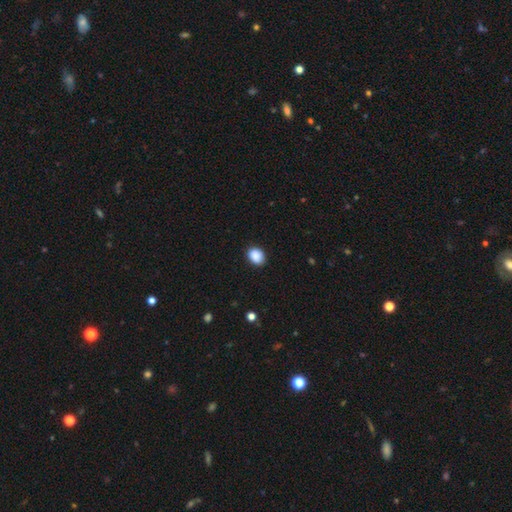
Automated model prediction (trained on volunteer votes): Smooth or featured? smooth (89%)
How rounded? in between (60%)
Merging? none (86%)